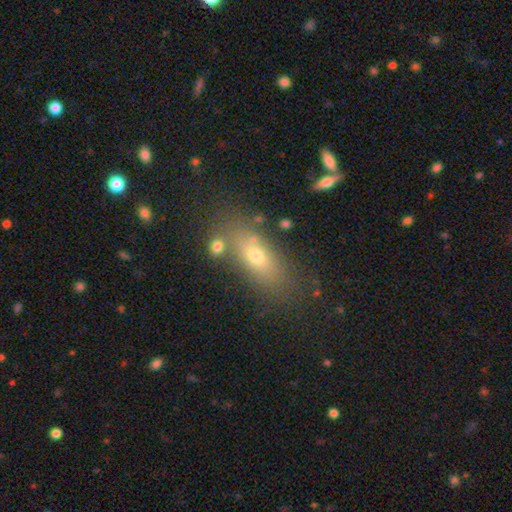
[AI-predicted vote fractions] This appears to be a smooth galaxy with no disk features (65%) that is in between round and cigar-shaped (70%). Merging: none (70%).